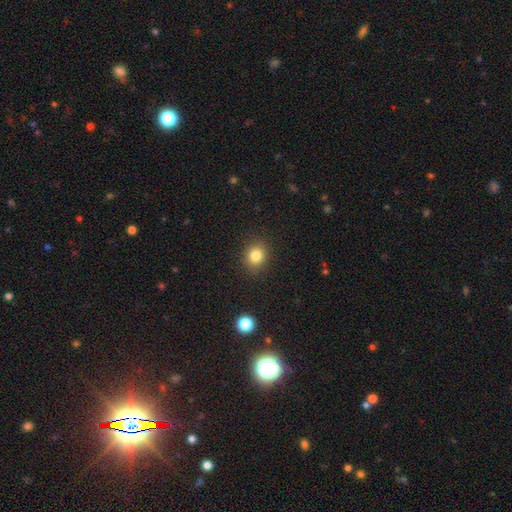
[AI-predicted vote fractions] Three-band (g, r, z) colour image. It shows a smooth galaxy with no disk features (83%) that is round (71%). Merging: none (88%).